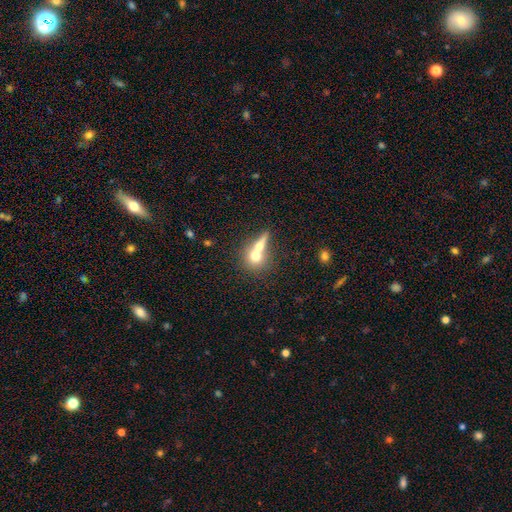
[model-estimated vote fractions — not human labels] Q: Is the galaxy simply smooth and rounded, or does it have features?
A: smooth — 66%.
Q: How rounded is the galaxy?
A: round — 67%.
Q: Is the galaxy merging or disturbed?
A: merger — 59%.